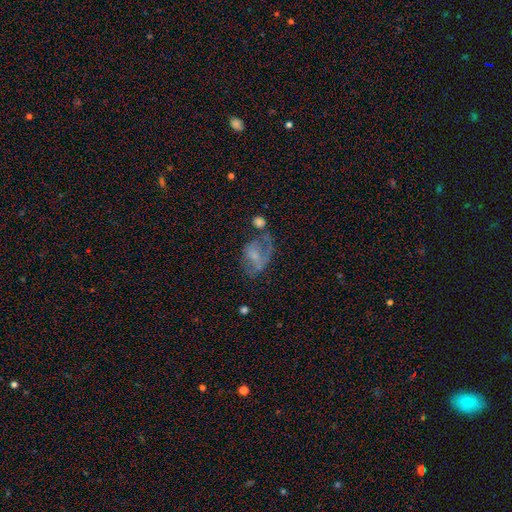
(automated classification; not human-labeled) Q: Smooth or featured?
A: featured or disk (52%); runner-up: smooth (37%)
Q: Edge-on disk?
A: no (96%); runner-up: yes (4%)
Q: Bar?
A: no (58%); runner-up: weak (34%)
Q: Spiral arms?
A: yes (53%); runner-up: no (47%)
Q: Bulge size?
A: small (46%); runner-up: moderate (25%)
Q: Merging?
A: major disturbance (35%); runner-up: none (31%)